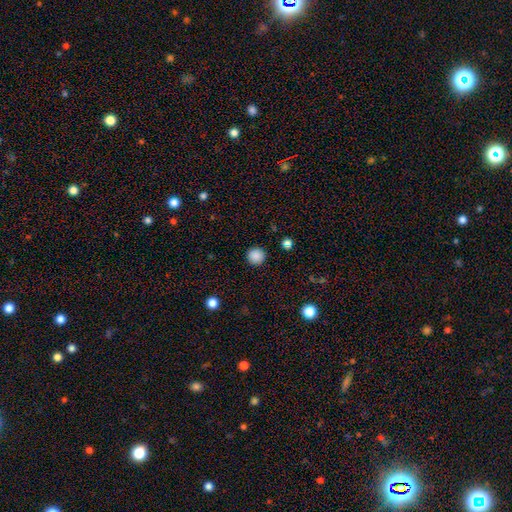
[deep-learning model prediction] A smooth galaxy with no disk features (87%) that is round (96%). Merging: none (92%).